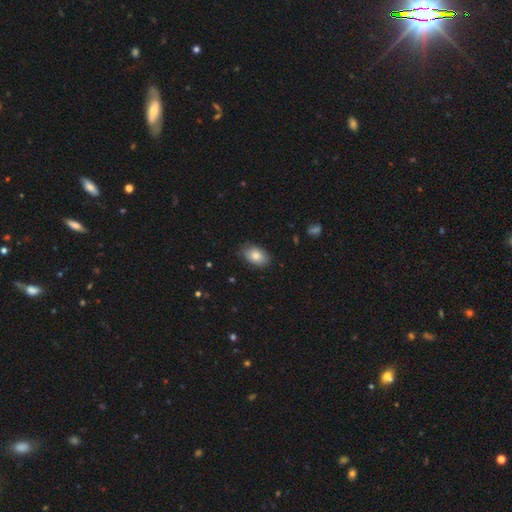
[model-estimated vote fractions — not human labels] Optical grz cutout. It shows a smooth galaxy with no disk features (82%) that is in between round and cigar-shaped (89%). Merging: none (80%).